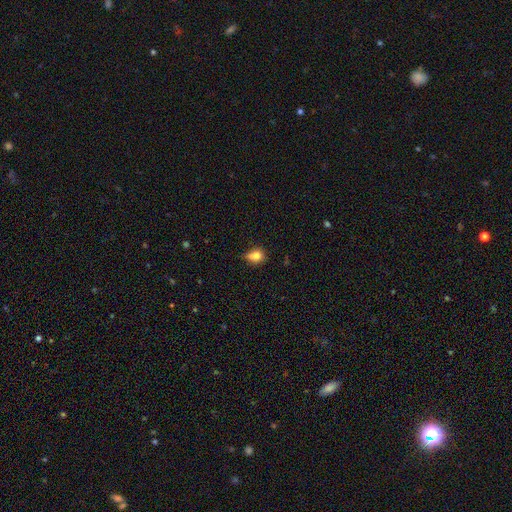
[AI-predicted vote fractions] Q: Smooth or featured?
A: smooth (79%); runner-up: star or artifact (11%)
Q: How rounded?
A: in between (54%); runner-up: round (43%)
Q: Merging?
A: none (49%); runner-up: minor disturbance (37%)